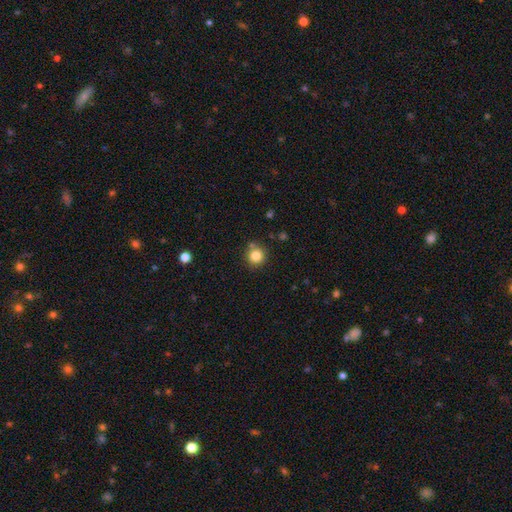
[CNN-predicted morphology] Smooth or featured? smooth (83%)
How rounded? round (93%)
Merging? none (80%)